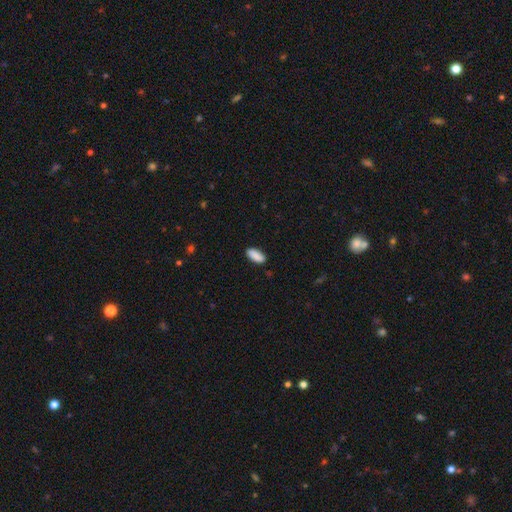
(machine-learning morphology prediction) type=smooth (90%); roundness=in between (83%); merging=none (88%).